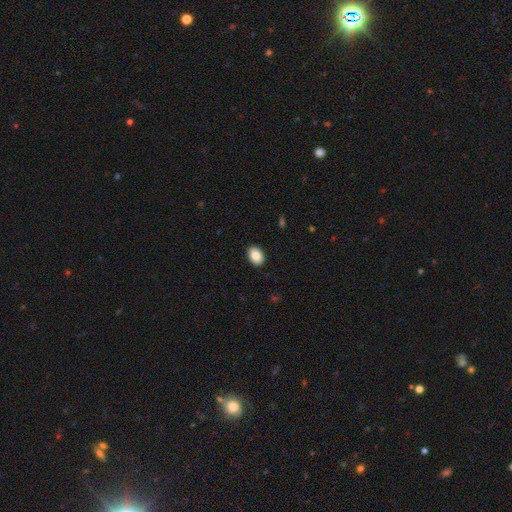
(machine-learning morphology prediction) The model was most divided on "how rounded": in between: 83%, round: 16%, cigar-shaped: 1%. More confident: merging — none (90%); smooth or featured — smooth (89%).